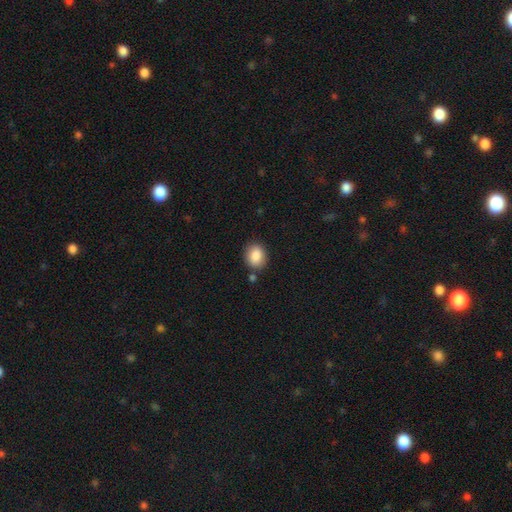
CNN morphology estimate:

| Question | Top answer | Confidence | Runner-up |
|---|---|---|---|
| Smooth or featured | smooth | 86% | star or artifact (8%) |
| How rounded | in between | 51% | round (48%) |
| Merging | none | 80% | minor disturbance (12%) |